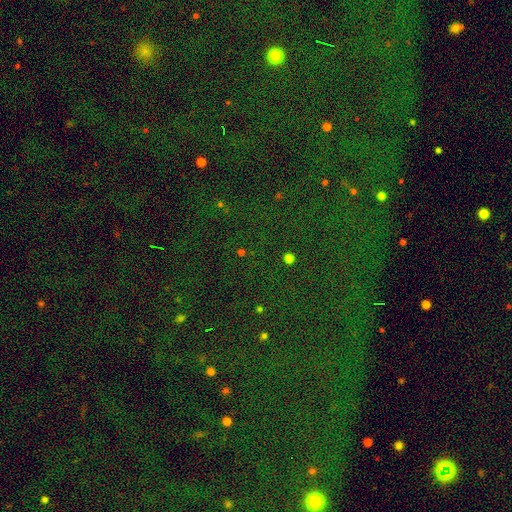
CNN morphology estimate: type=star or artifact (82%).